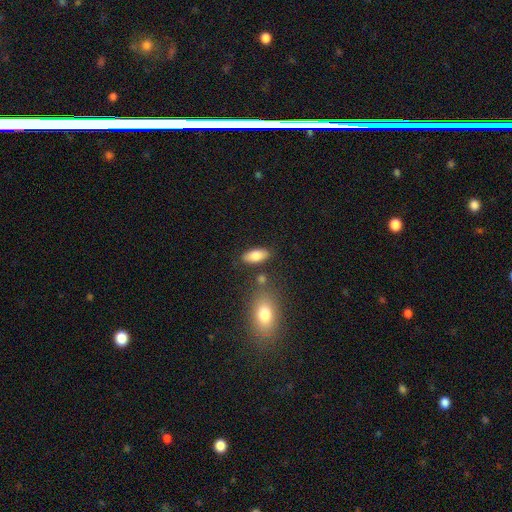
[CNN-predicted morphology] Smooth or featured? smooth (82%)
How rounded? in between (89%)
Merging? none (77%)